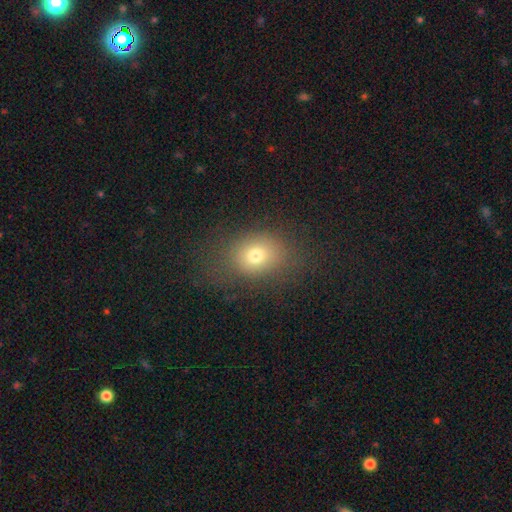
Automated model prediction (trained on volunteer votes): The model was most divided on "how rounded": in between: 51%, round: 48%, cigar-shaped: 1%. More confident: merging — none (73%); smooth or featured — smooth (73%).